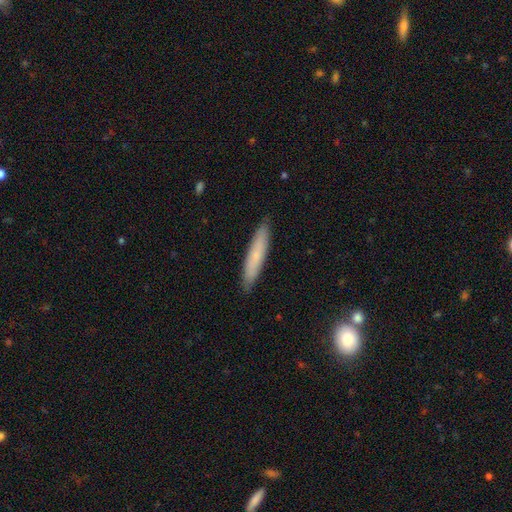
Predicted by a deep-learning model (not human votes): A smooth galaxy with no disk features (68%) that is cigar-shaped (89%).

Vote fractions:
- Smooth or featured? smooth: 68% / featured or disk: 26% / star or artifact: 6%
- How rounded? cigar-shaped: 89% / in between: 10% / round: 1%
- Merging? none: 89% / minor disturbance: 8% / major disturbance: 2% / merger: 1%